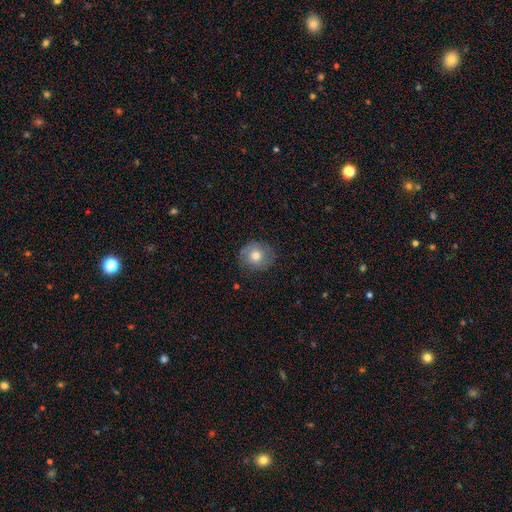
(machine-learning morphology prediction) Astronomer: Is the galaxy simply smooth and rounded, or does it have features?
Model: smooth — 64%.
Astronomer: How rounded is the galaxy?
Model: round — 82%.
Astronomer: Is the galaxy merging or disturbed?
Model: none — 79%.